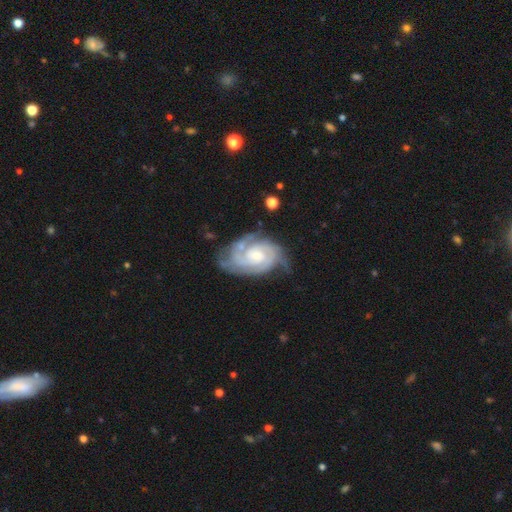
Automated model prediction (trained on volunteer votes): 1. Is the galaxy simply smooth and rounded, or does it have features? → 90% featured or disk, 6% smooth, 4% star or artifact.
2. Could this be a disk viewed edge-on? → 98% no, 2% yes.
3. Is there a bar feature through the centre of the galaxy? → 62% no, 31% weak, 7% strong.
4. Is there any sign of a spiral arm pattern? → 98% yes, 2% no.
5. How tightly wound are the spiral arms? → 65% tight, 30% medium, 5% loose.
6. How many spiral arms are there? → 35% 2, 33% 3, 15% can't tell, 9% 4, 4% 1, 4% more than 4.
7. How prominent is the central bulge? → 47% moderate, 42% small, 5% large, 4% none, 1% dominant.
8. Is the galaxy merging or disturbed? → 62% none, 25% minor disturbance, 11% major disturbance, 3% merger.